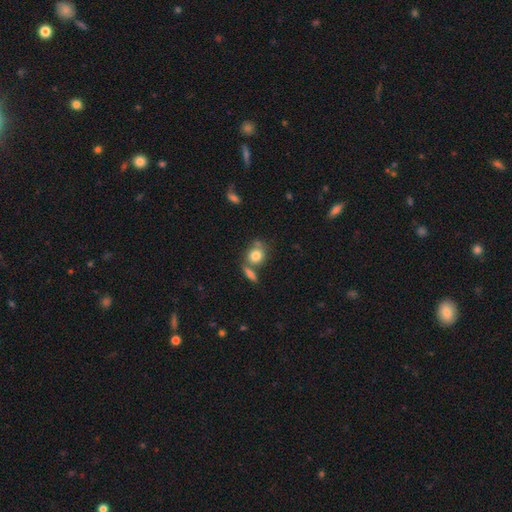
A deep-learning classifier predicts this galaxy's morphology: smooth_or_featured: smooth (p=0.80) [alt: featured or disk p=0.11]
how_rounded: round (p=0.70) [alt: in between p=0.28]
merging: none (p=0.54) [alt: merger p=0.28]